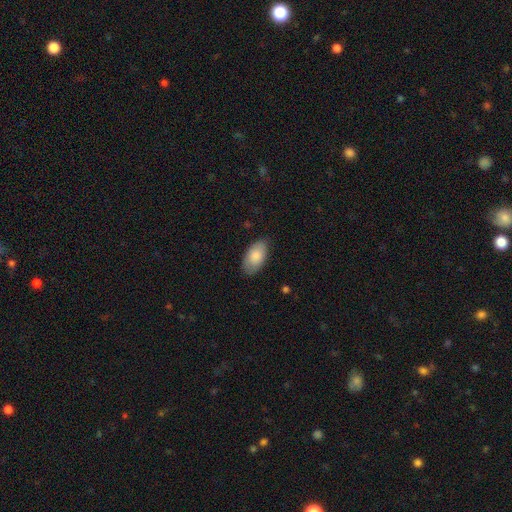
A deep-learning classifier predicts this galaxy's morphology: smooth-or-featured: smooth: 84% | featured or disk: 10% | star or artifact: 6%
  how-rounded: in between: 95% | round: 3% | cigar-shaped: 2%
  merging: none: 81% | minor disturbance: 15% | major disturbance: 3% | merger: 1%